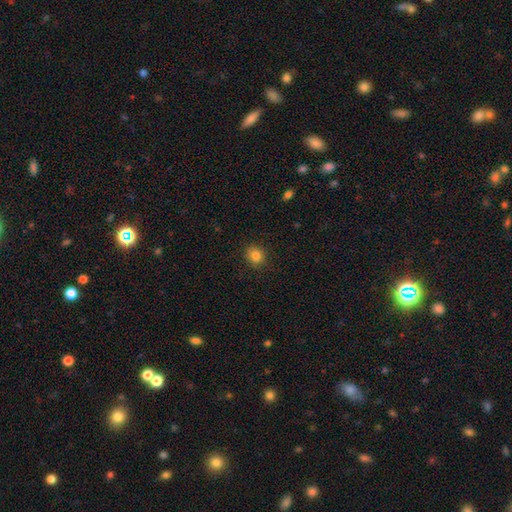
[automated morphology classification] type=smooth (83%); roundness=round (81%); merging=none (90%).